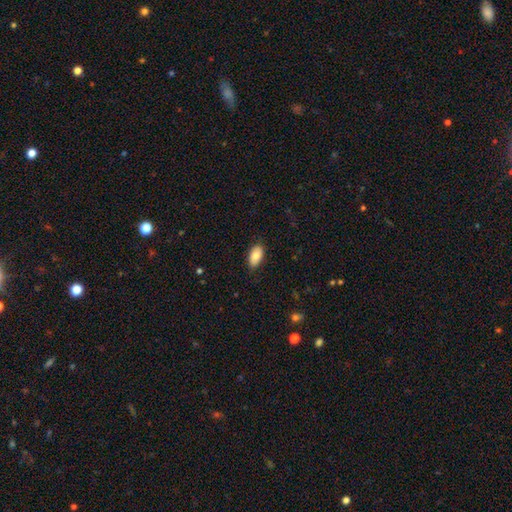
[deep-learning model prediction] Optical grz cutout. It shows a smooth galaxy with no disk features (83%) that is in between round and cigar-shaped (94%). Merging: none (84%).